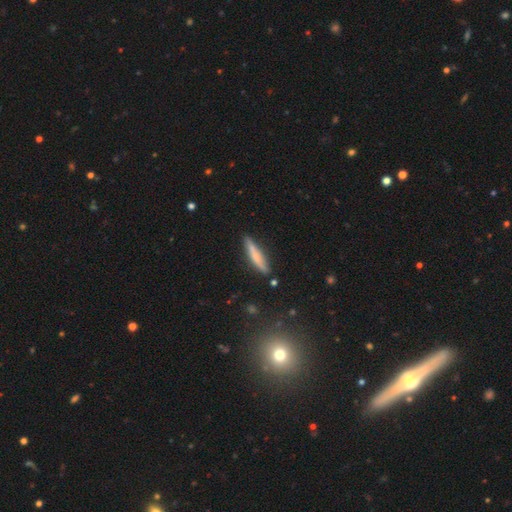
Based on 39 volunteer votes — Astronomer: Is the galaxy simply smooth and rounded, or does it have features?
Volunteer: smooth — 64%.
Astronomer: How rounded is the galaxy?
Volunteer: cigar-shaped — 96%.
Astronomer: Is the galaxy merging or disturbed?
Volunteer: none — 89%.